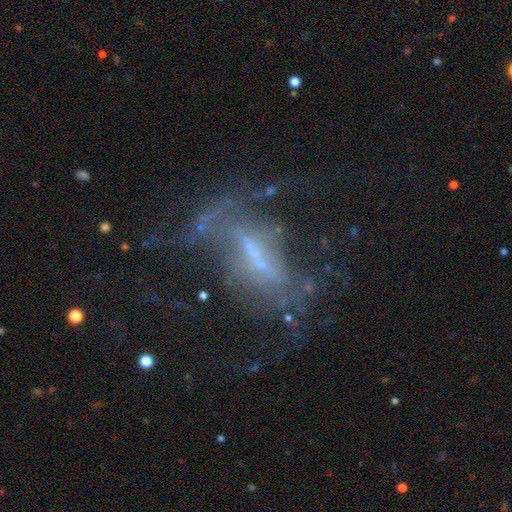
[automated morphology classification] Q: Smooth or featured?
A: featured or disk (72%); runner-up: star or artifact (14%)
Q: Edge-on disk?
A: no (84%); runner-up: yes (16%)
Q: Bar?
A: strong (46%); runner-up: weak (33%)
Q: Spiral arms?
A: yes (65%); runner-up: no (35%)
Q: Bulge size?
A: small (45%); runner-up: none (25%)
Q: Merging?
A: none (41%); runner-up: major disturbance (35%)